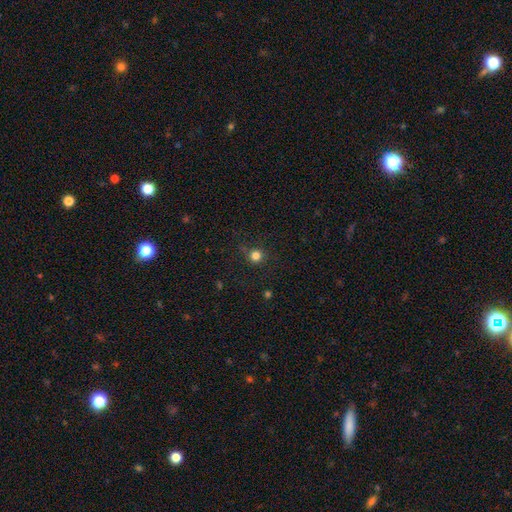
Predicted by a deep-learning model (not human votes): Q: Smooth or featured?
A: smooth (79%); runner-up: star or artifact (16%)
Q: How rounded?
A: round (94%); runner-up: in between (5%)
Q: Merging?
A: none (86%); runner-up: minor disturbance (9%)